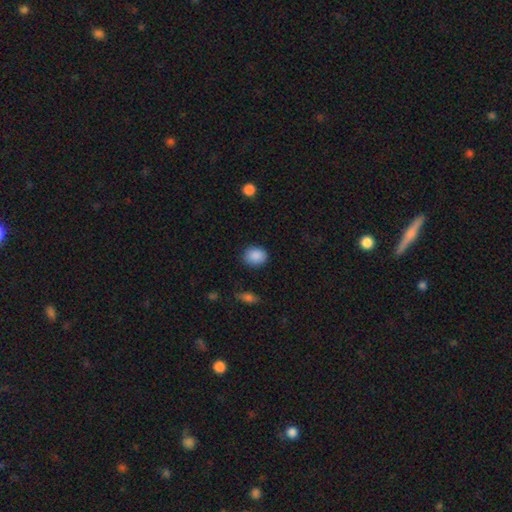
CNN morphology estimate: A smooth galaxy with no disk features (89%) that is round (58%).

Vote fractions:
- Smooth or featured? smooth: 89% / star or artifact: 8% / featured or disk: 3%
- How rounded? round: 58% / in between: 41% / cigar-shaped: 1%
- Merging? none: 84% / minor disturbance: 12% / major disturbance: 3% / merger: 1%